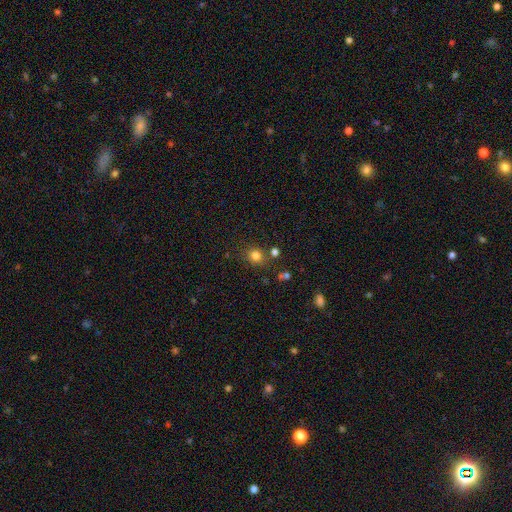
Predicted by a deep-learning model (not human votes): smooth_or_featured: smooth (p=0.80) [alt: star or artifact p=0.14]
how_rounded: round (p=0.80) [alt: in between p=0.19]
merging: none (p=0.76) [alt: minor disturbance p=0.11]